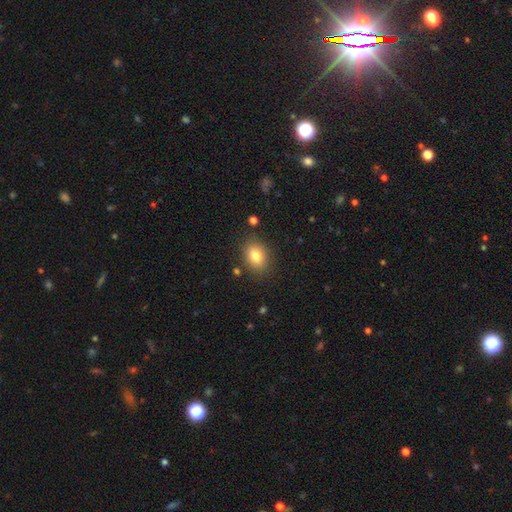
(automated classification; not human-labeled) Smooth or featured: smooth — 81% (star or artifact — 10%)
How rounded: in between — 69% (round — 29%)
Merging: none — 84% (minor disturbance — 11%)